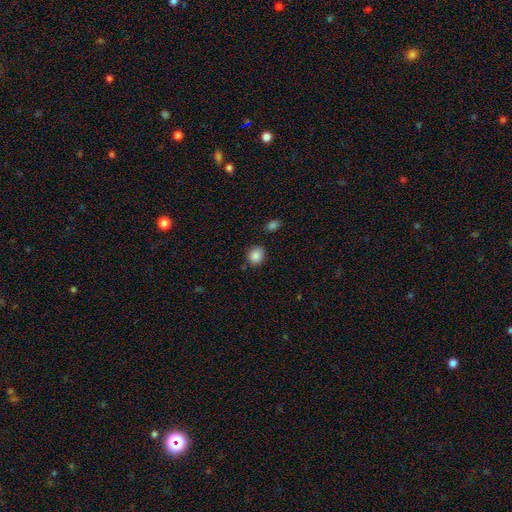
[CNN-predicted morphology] This is clearly a smooth galaxy (88%). How rounded: likely round (71%). Merging: likely none (80%).